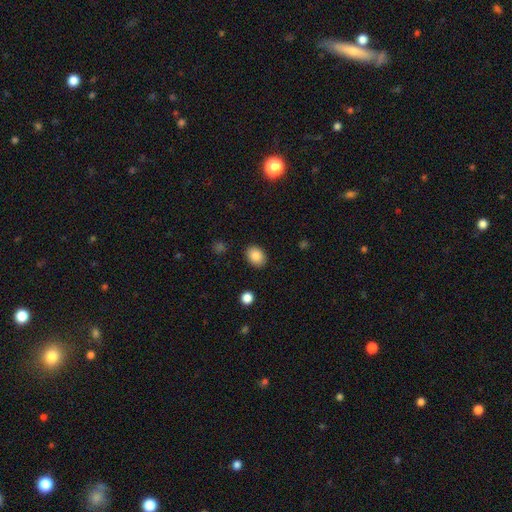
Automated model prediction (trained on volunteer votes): This appears to be a smooth galaxy with no disk features (87%) that is in between round and cigar-shaped (63%). Merging: none (88%).